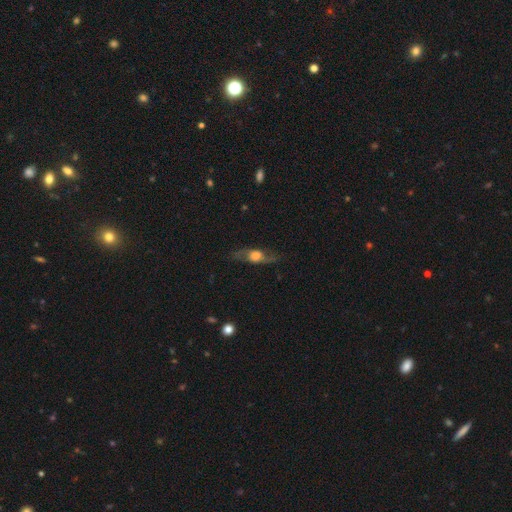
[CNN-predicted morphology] This is likely a featured or disk galaxy (63%). It is likely viewed edge-on (71%). Merging: likely none (77%).